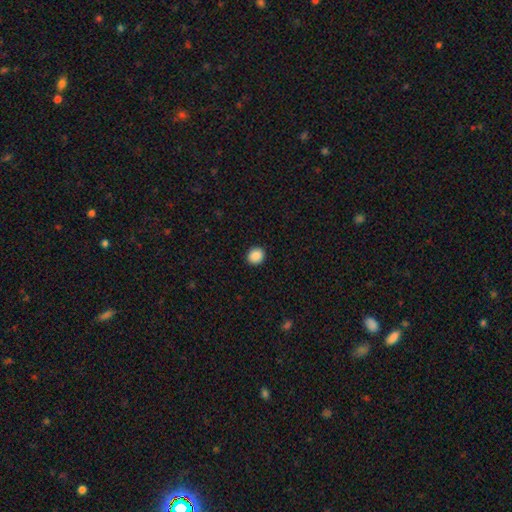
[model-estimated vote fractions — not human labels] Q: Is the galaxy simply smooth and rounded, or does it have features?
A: smooth — 89%.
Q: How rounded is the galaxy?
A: round — 76%.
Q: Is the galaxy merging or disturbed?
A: none — 92%.